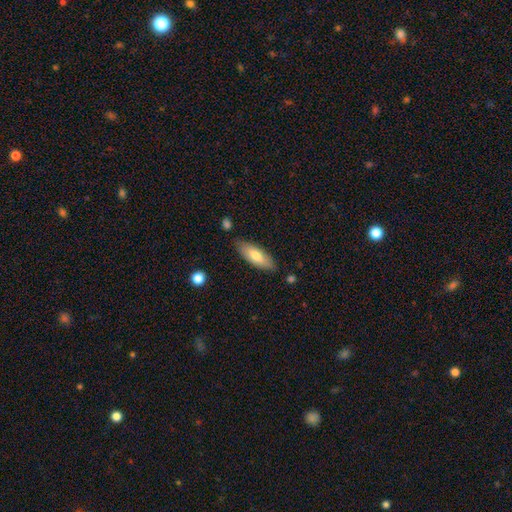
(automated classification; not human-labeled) Morphology: type=smooth (72%); roundness=in between (71%); merging=none (81%).